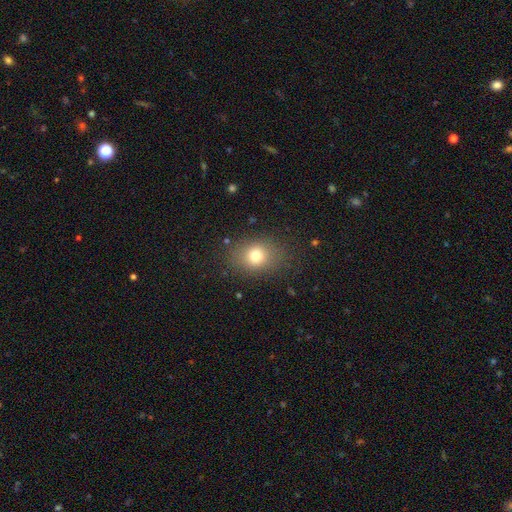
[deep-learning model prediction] A smooth galaxy with no disk features (77%) that is in between round and cigar-shaped (55%).

Vote fractions:
- Smooth or featured? smooth: 77% / star or artifact: 13% / featured or disk: 10%
- How rounded? in between: 55% / round: 44% / cigar-shaped: 1%
- Merging? none: 81% / minor disturbance: 12% / major disturbance: 5% / merger: 1%